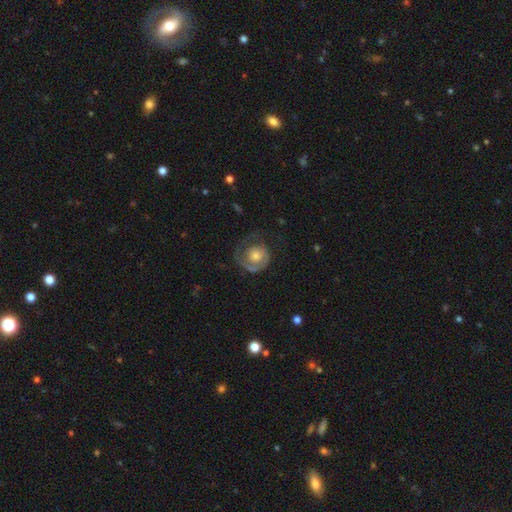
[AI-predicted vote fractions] Smooth or featured?
  - featured or disk: 64% *
  - smooth: 30%
  - star or artifact: 6%
Edge-on disk?
  - no: 98% *
  - yes: 2%
Bar?
  - no: 82% *
  - weak: 15%
  - strong: 3%
Spiral arms?
  - yes: 81% *
  - no: 19%
Spiral winding?
  - tight: 58% *
  - medium: 26%
  - loose: 16%
Spiral arm count?
  - 1: 78% *
  - can't tell: 9%
  - 2: 9%
  - 3: 2%
  - 4: 1%
  - more than 4: 1%
Bulge size?
  - moderate: 56% *
  - small: 27%
  - large: 11%
  - none: 3%
  - dominant: 2%
Merging?
  - none: 55% *
  - major disturbance: 26%
  - minor disturbance: 18%
  - merger: 2%